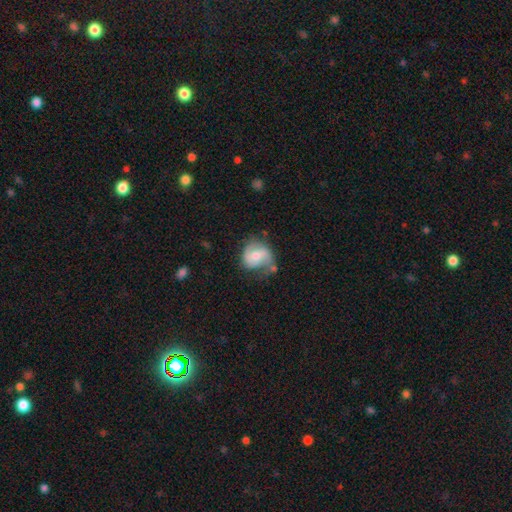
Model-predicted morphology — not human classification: Smooth or featured?
  - featured or disk: 56% *
  - smooth: 36%
  - star or artifact: 7%
Edge-on disk?
  - no: 97% *
  - yes: 3%
Bar?
  - no: 44% *
  - weak: 41%
  - strong: 14%
Spiral arms?
  - yes: 79% *
  - no: 21%
Bulge size?
  - moderate: 62% *
  - small: 29%
  - large: 6%
  - none: 3%
  - dominant: 1%
Merging?
  - none: 47% *
  - minor disturbance: 30%
  - major disturbance: 15%
  - merger: 8%